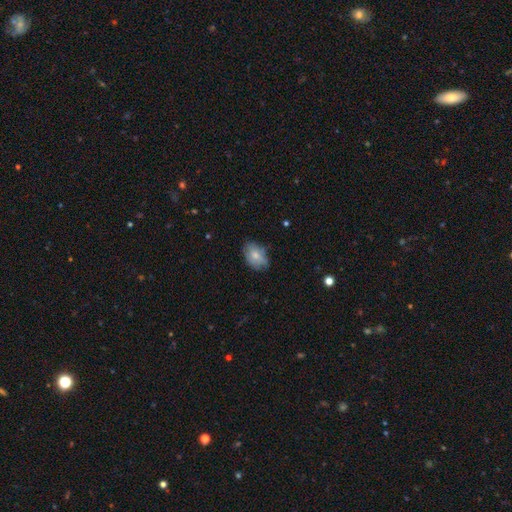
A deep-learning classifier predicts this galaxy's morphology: A smooth galaxy with no disk features (69%) that is in between round and cigar-shaped (86%). Merging: none (65%).